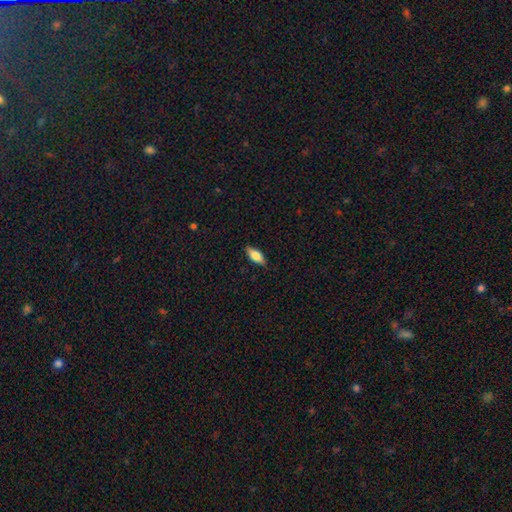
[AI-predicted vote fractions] Smooth or featured? Predicted: smooth (p=0.70). How rounded? Predicted: in between (p=0.74). Merging? Predicted: none (p=0.85).